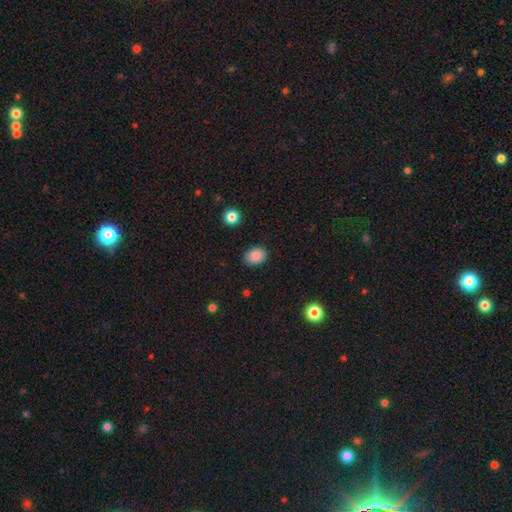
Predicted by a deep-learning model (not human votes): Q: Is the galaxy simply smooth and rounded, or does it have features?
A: smooth — 88%.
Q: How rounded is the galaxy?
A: in between — 72%.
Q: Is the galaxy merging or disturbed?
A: none — 87%.